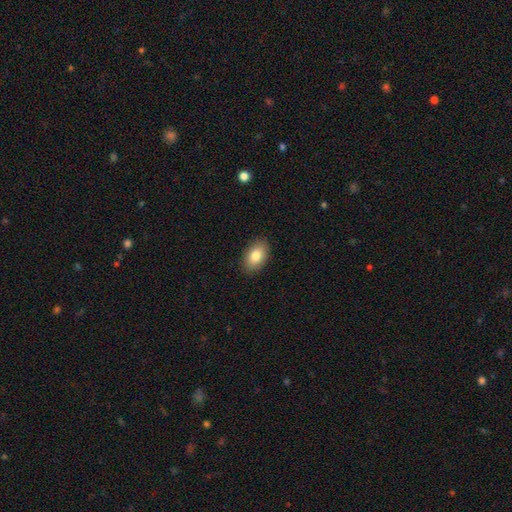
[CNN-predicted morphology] Smooth or featured? smooth (82%)
How rounded? in between (89%)
Merging? none (89%)